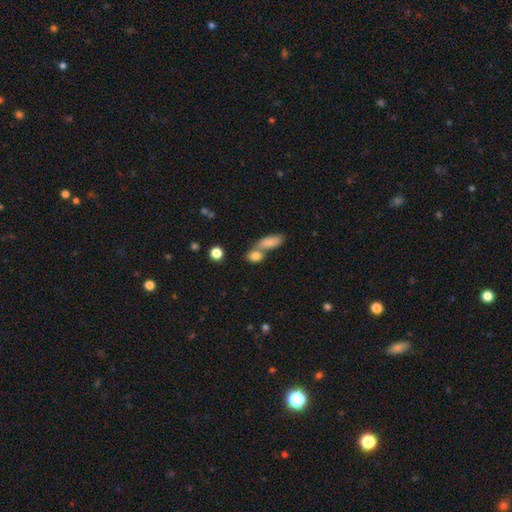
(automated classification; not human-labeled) smooth_or_featured: smooth (p=0.82) [alt: star or artifact p=0.10]
how_rounded: in between (p=0.54) [alt: round p=0.38]
merging: merger (p=0.44) [tied with: none p=0.44]